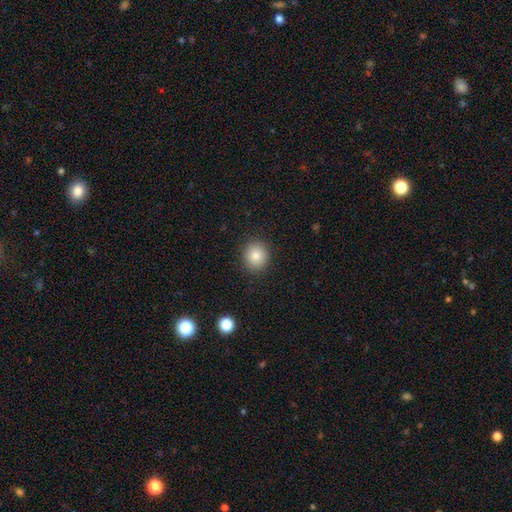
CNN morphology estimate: smooth_or_featured: smooth (p=0.83) [alt: star or artifact p=0.10]
how_rounded: round (p=0.82) [alt: in between p=0.17]
merging: none (p=0.90) [alt: minor disturbance p=0.07]